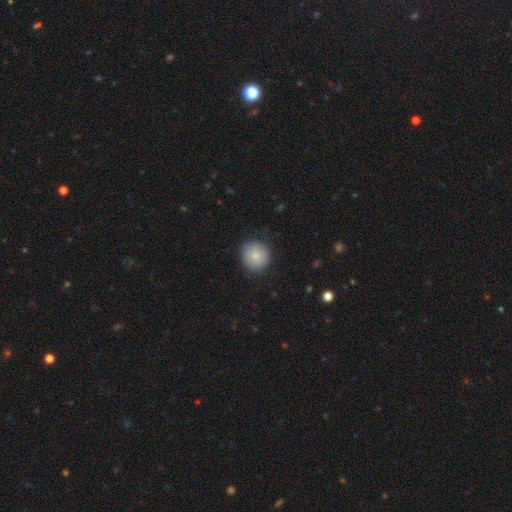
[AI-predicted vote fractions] Smooth or featured? Predicted: smooth (p=0.84). How rounded? Predicted: round (p=0.91). Merging? Predicted: none (p=0.86).